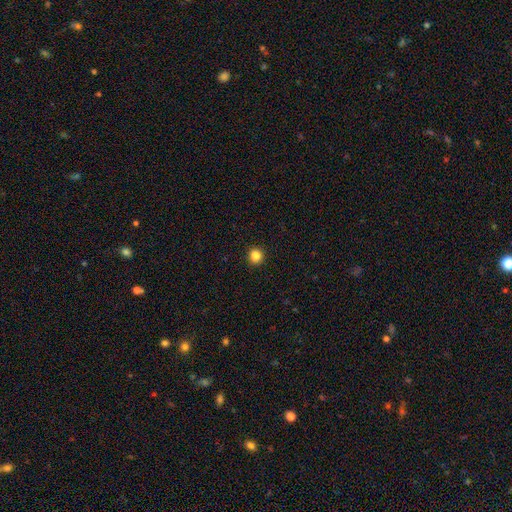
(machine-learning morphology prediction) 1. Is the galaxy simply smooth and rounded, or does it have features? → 85% smooth, 12% star or artifact, 3% featured or disk.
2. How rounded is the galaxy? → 94% round, 5% in between, 1% cigar-shaped.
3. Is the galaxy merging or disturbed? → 93% none, 4% minor disturbance, 1% major disturbance, 1% merger.